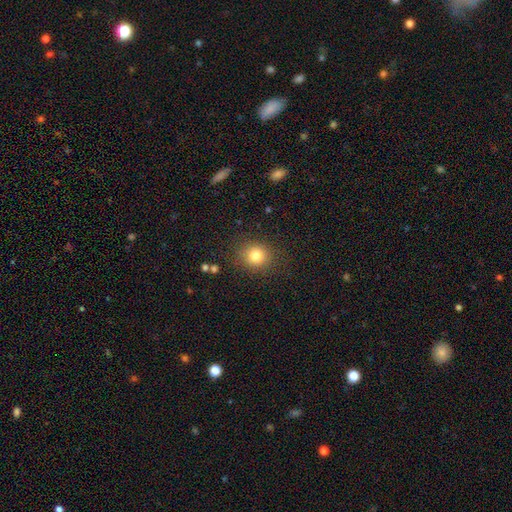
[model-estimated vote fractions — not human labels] Smooth or featured?
  - smooth: 81% *
  - star or artifact: 12%
  - featured or disk: 7%
How rounded?
  - round: 82% *
  - in between: 17%
  - cigar-shaped: 1%
Merging?
  - none: 86% *
  - minor disturbance: 9%
  - major disturbance: 3%
  - merger: 2%